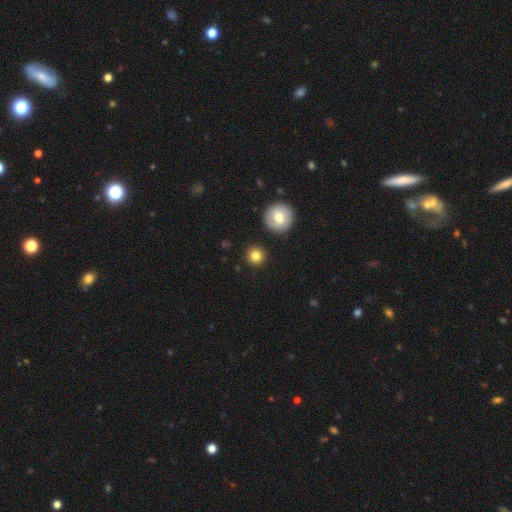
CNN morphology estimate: Smooth or featured?
  - smooth: 82% *
  - star or artifact: 11%
  - featured or disk: 7%
How rounded?
  - round: 94% *
  - in between: 5%
  - cigar-shaped: 1%
Merging?
  - none: 91% *
  - minor disturbance: 6%
  - merger: 2%
  - major disturbance: 2%